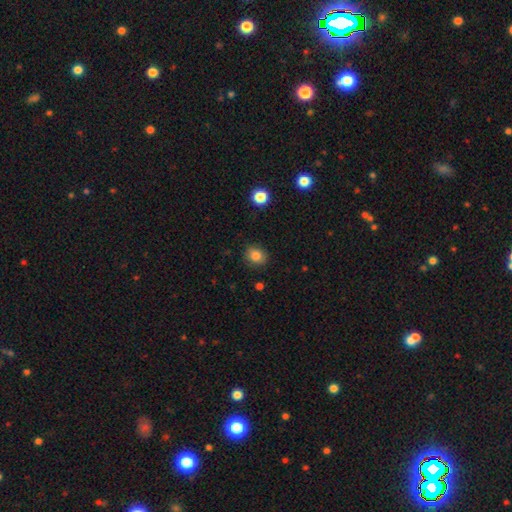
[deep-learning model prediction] This is clearly a smooth galaxy (83%). How rounded: likely round (68%). Merging: clearly none (87%).